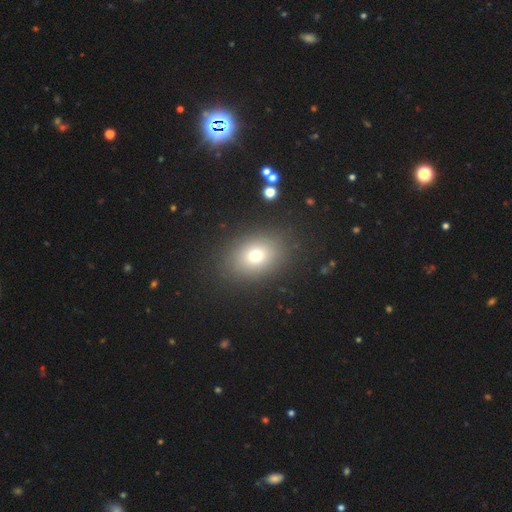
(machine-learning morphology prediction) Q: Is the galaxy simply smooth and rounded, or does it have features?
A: smooth — 72%.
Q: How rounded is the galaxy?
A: in between — 57%.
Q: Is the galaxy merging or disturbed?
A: none — 86%.